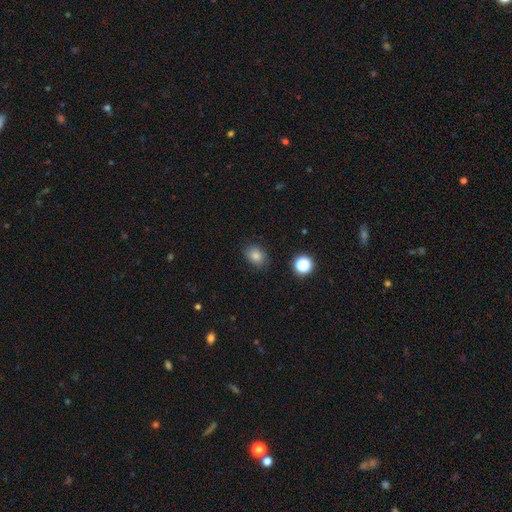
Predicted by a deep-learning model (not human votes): Morphology: type=smooth (81%); roundness=in between (54%); merging=none (82%).